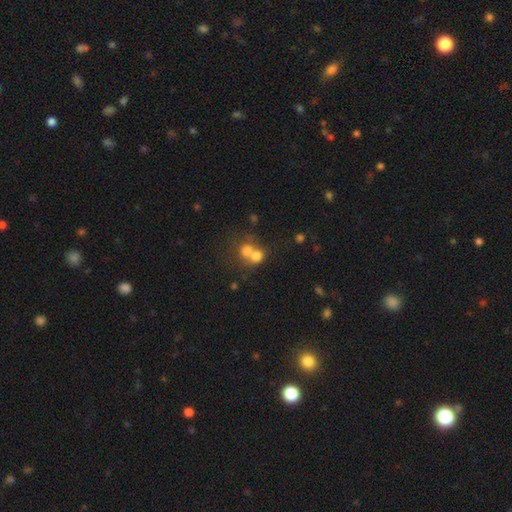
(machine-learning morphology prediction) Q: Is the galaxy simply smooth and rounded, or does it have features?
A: smooth — 69%.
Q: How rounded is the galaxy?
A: round — 74%.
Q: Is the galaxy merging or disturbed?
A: merger — 63%.